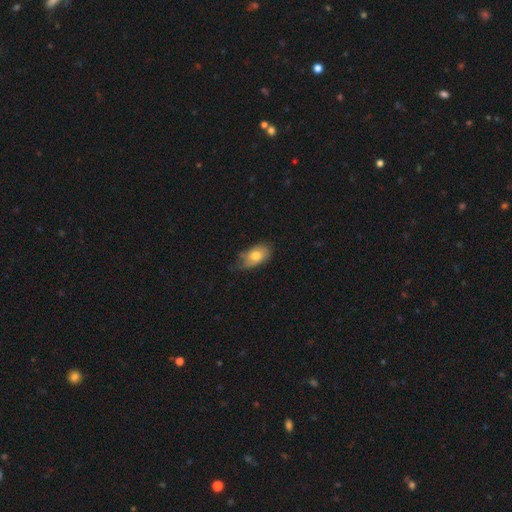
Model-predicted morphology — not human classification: type=smooth (71%); roundness=in between (89%); merging=none (49%).